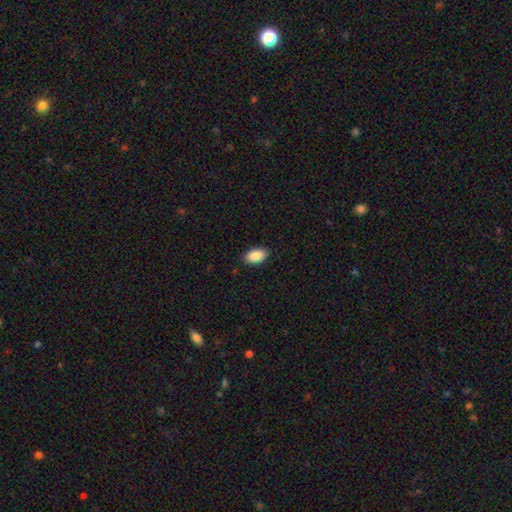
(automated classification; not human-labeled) Smooth or featured? Predicted: smooth (p=0.90). How rounded? Predicted: in between (p=0.93). Merging? Predicted: none (p=0.87).